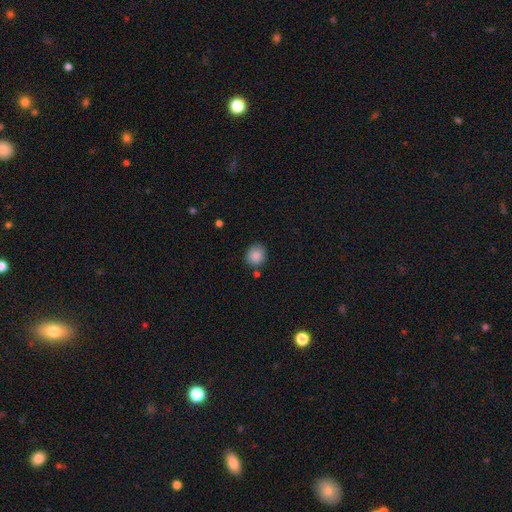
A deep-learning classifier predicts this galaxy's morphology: Overall: smooth (87%). How rounded: round (74%). Merging: none (77%).